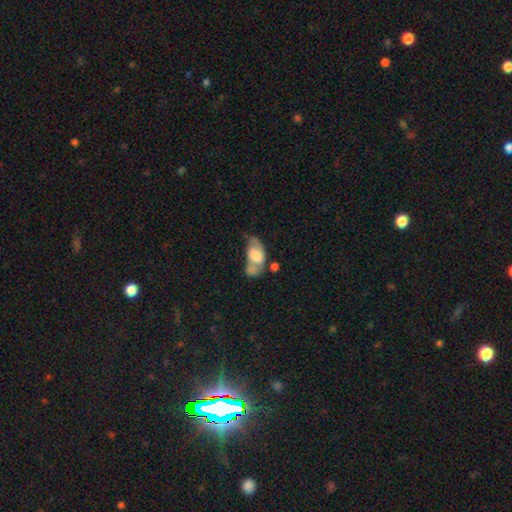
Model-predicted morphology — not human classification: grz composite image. It shows a smooth galaxy with no disk features (53%) that is in between round and cigar-shaped (90%). Merging: merger (35%).